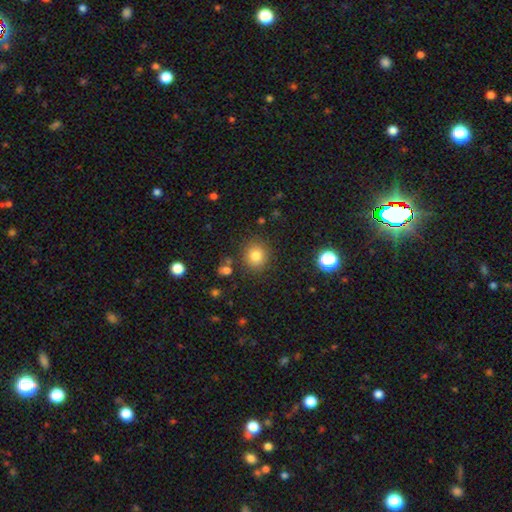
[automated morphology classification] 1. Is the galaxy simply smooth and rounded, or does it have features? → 79% smooth, 13% star or artifact, 7% featured or disk.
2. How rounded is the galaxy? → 81% round, 18% in between, 1% cigar-shaped.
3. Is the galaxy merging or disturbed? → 85% none, 8% minor disturbance, 3% major disturbance, 3% merger.